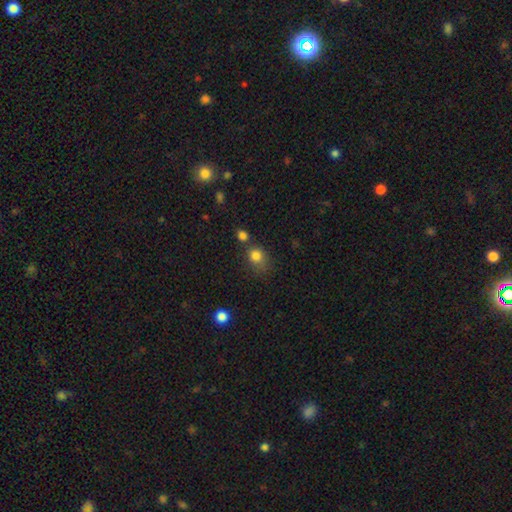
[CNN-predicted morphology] Overall: smooth (81%). How rounded: round (64%; in between 35%). Merging: none (54%; minor disturbance 21%).